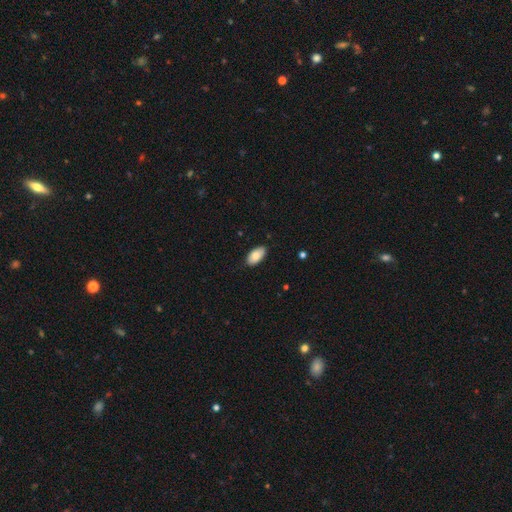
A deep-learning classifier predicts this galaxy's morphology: This appears to be a smooth galaxy with no disk features (80%) that is in between round and cigar-shaped (95%). Merging: none (85%).